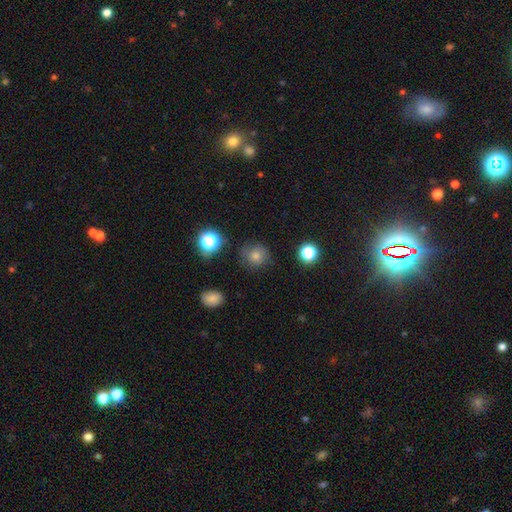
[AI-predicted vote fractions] Q: Smooth or featured?
A: smooth (69%); runner-up: star or artifact (19%)
Q: How rounded?
A: round (87%); runner-up: in between (12%)
Q: Merging?
A: none (77%); runner-up: minor disturbance (15%)